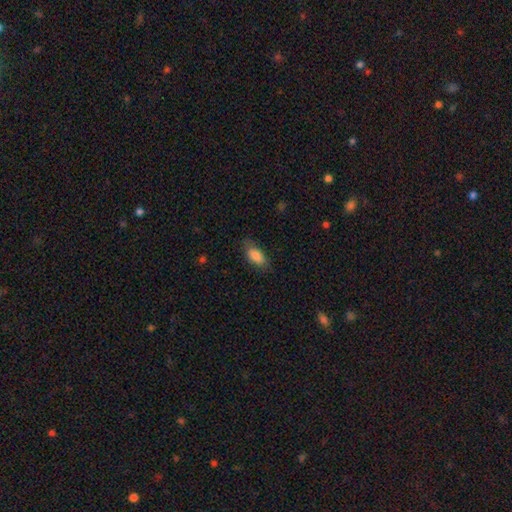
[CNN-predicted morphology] A smooth galaxy with no disk features (83%) that is in between round and cigar-shaped (88%). Merging: none (74%).